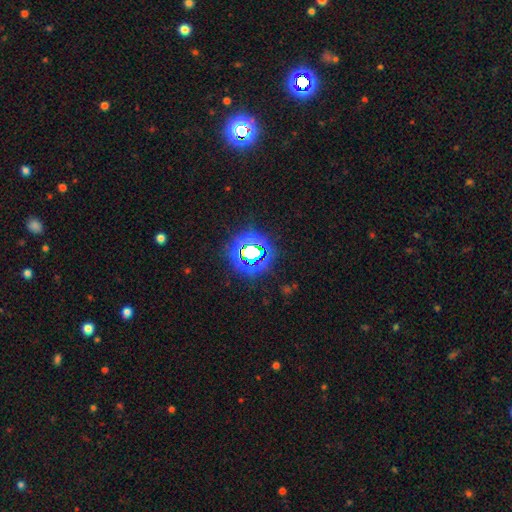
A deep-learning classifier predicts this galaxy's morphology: Q: Smooth or featured?
A: star or artifact (70%); runner-up: smooth (20%)